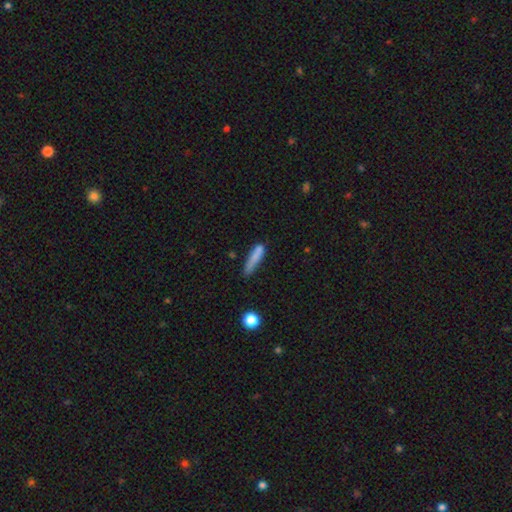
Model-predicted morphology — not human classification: Smooth or featured? smooth (77%)
How rounded? cigar-shaped (85%)
Merging? none (54%)